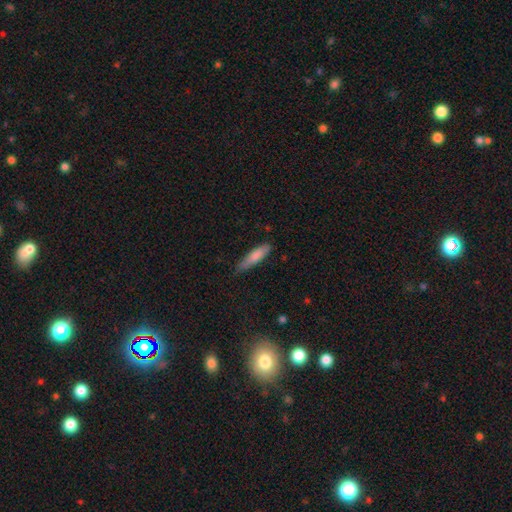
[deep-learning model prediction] Smooth or featured?
  - smooth: 80% *
  - featured or disk: 15%
  - star or artifact: 6%
How rounded?
  - cigar-shaped: 73% *
  - in between: 26%
  - round: 1%
Merging?
  - none: 73% *
  - minor disturbance: 22%
  - major disturbance: 3%
  - merger: 1%